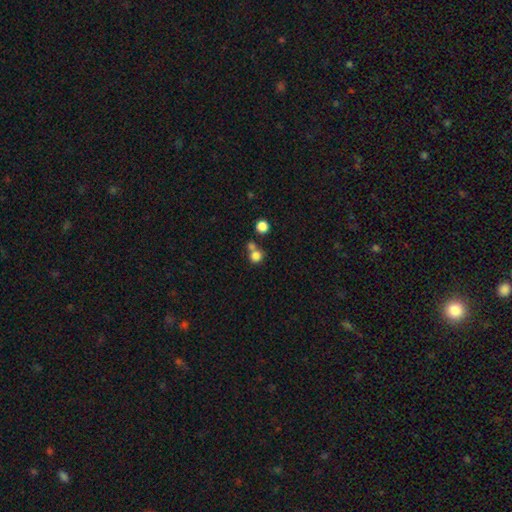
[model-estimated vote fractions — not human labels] This is clearly a smooth galaxy (81%). How rounded: clearly round (86%). Merging: possibly none (53%).